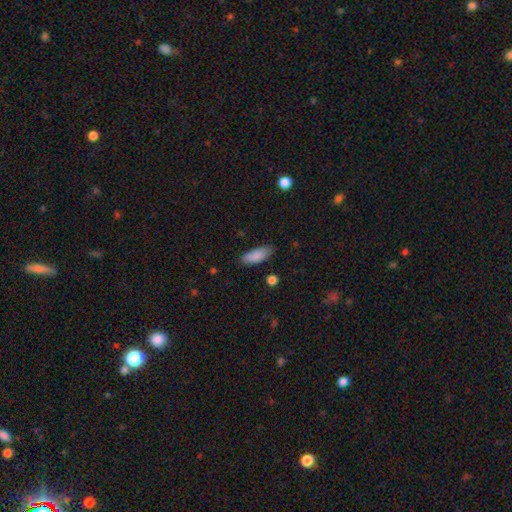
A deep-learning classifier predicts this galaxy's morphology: This appears to be a smooth galaxy with no disk features (88%) that is in between round and cigar-shaped (74%). Merging: none (81%).